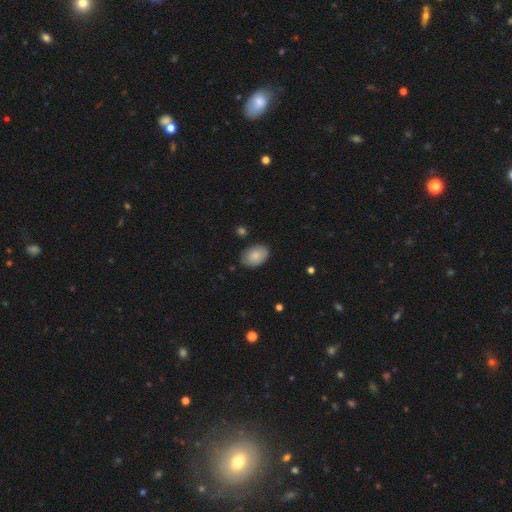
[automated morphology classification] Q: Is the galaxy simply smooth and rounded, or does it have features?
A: smooth — 84%.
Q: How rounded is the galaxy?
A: in between — 87%.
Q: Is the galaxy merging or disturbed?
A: none — 82%.